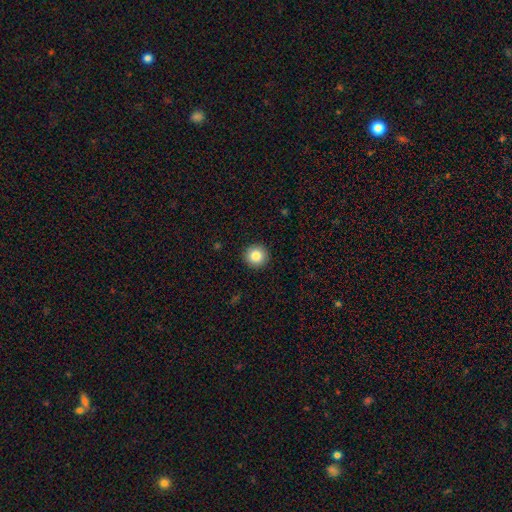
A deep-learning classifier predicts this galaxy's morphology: smooth 84%, star or artifact 10%, featured or disk 6%. Down the decision tree: how rounded — round (95%); merging — none (93%).